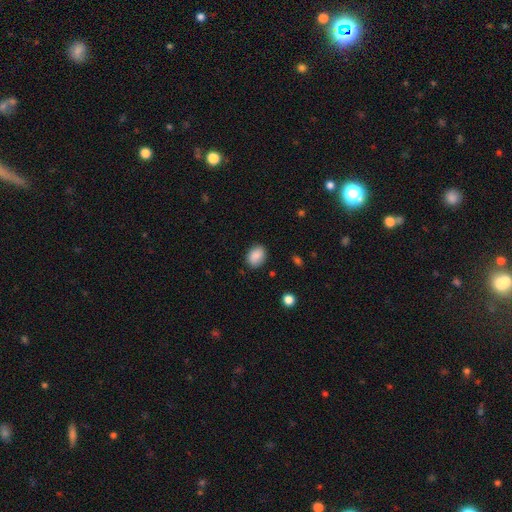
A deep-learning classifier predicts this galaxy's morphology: The model was most divided on "how rounded": in between: 69%, round: 30%, cigar-shaped: 1%. More confident: smooth or featured — smooth (87%); merging — none (83%).